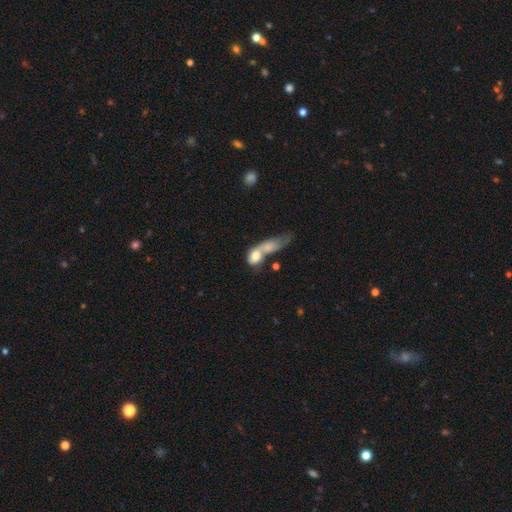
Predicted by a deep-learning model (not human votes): The model was most divided on "how rounded": in between: 62%, round: 29%, cigar-shaped: 10%. More confident: merging — merger (68%); smooth or featured — smooth (64%).